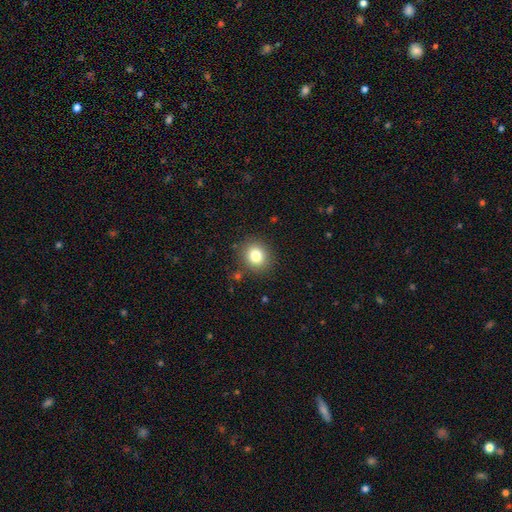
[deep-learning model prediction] Q: Smooth or featured?
A: smooth (81%); runner-up: star or artifact (11%)
Q: How rounded?
A: round (78%); runner-up: in between (21%)
Q: Merging?
A: none (87%); runner-up: minor disturbance (8%)